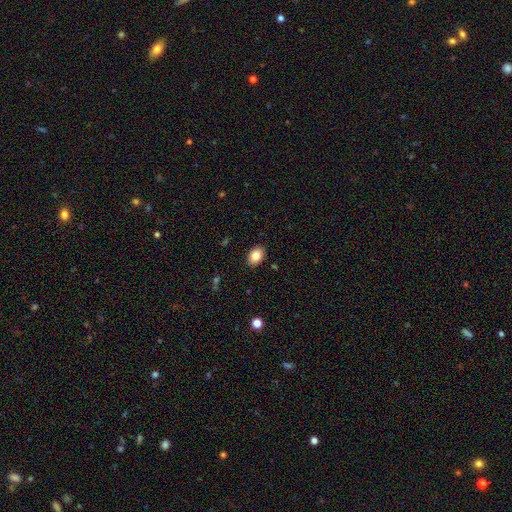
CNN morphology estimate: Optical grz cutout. It shows a smooth galaxy with no disk features (85%) that is in between round and cigar-shaped (79%). Merging: none (89%).